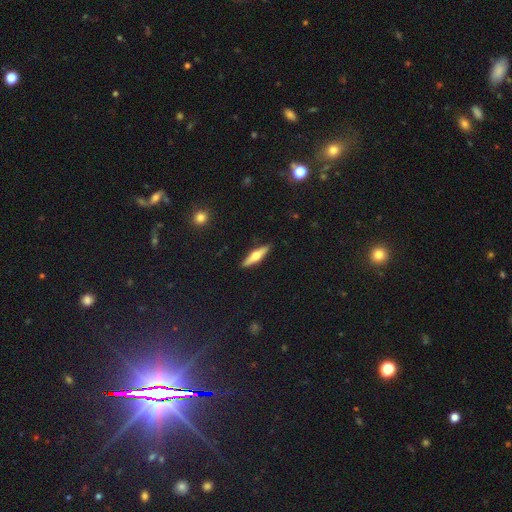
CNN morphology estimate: Smooth or featured? Predicted: featured or disk (p=0.58). Edge-on disk? Predicted: yes (p=0.95). Edge-on bulge? Predicted: rounded (p=0.93). Merging? Predicted: none (p=0.90).